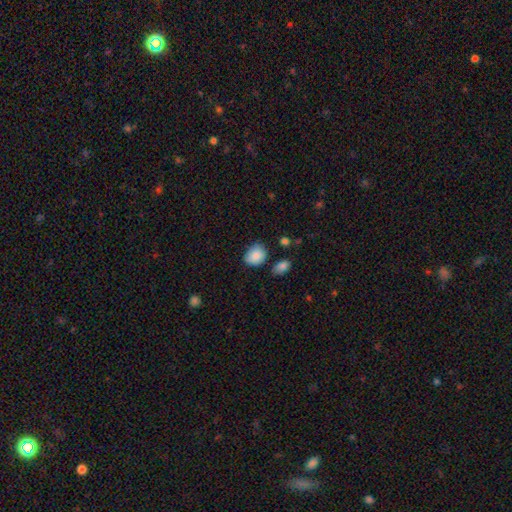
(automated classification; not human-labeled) A smooth galaxy with no disk features (86%) that is round (50%). Merging: none (69%).